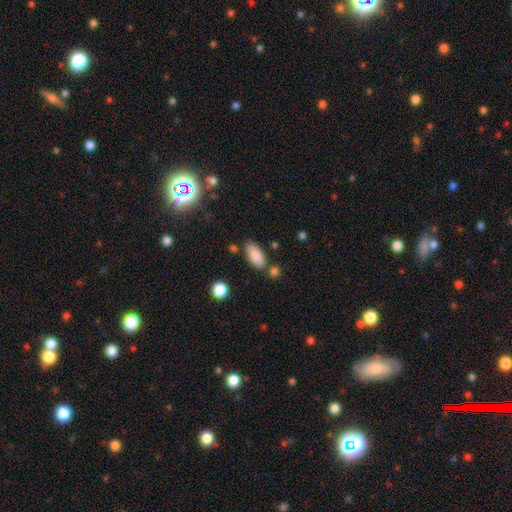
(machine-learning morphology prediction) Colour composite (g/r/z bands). It shows a smooth galaxy with no disk features (86%) that is in between round and cigar-shaped (87%). Merging: none (76%).